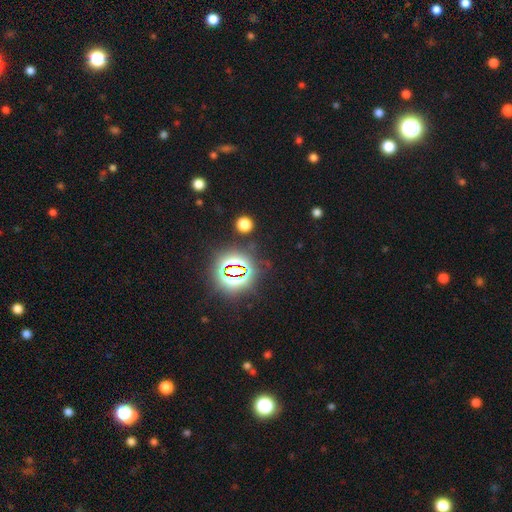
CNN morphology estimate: Smooth or featured: star or artifact — 80% (smooth — 13%)